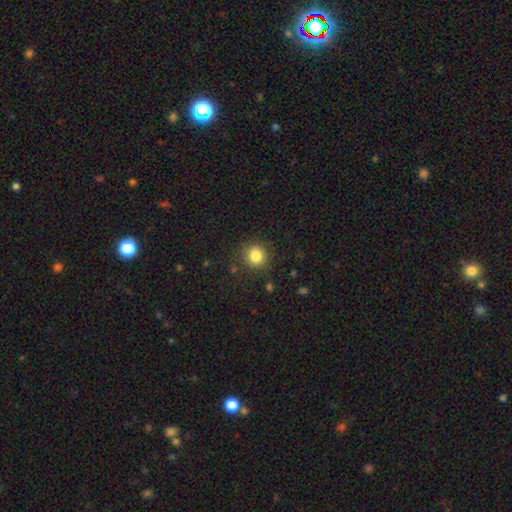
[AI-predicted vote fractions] Smooth or featured: smooth — 83% (star or artifact — 11%)
How rounded: round — 89% (in between — 11%)
Merging: none — 86% (minor disturbance — 9%)